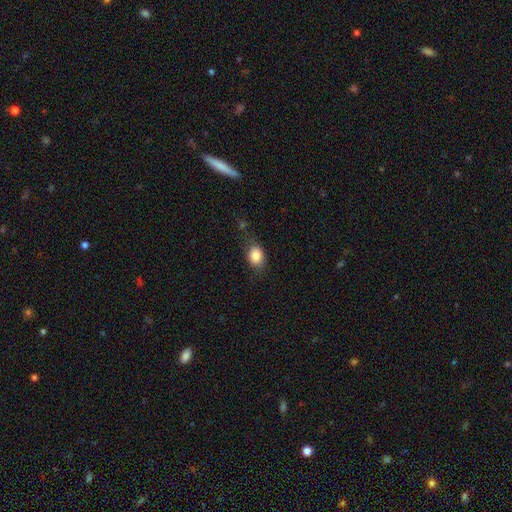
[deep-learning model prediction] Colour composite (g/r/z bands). It shows a smooth galaxy with no disk features (82%) that is in between round and cigar-shaped (59%). Merging: none (68%).